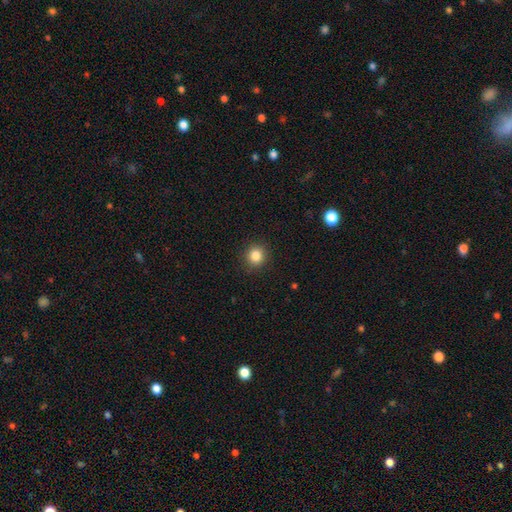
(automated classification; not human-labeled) Smooth or featured: smooth — 84% (star or artifact — 11%)
How rounded: round — 90% (in between — 9%)
Merging: none — 91% (minor disturbance — 6%)